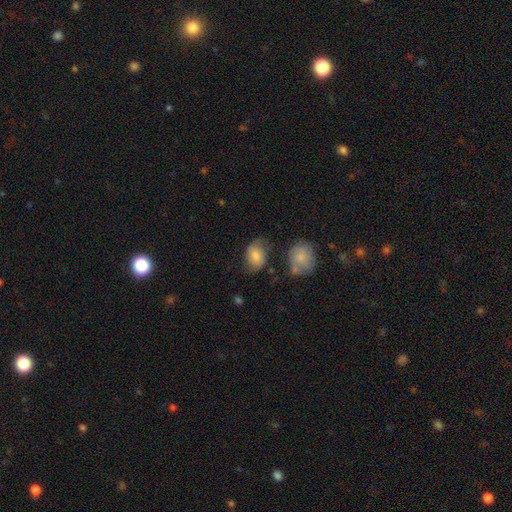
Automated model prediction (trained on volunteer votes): smooth-or-featured: smooth: 72% | featured or disk: 21% | star or artifact: 8%
  how-rounded: in between: 68% | round: 31% | cigar-shaped: 1%
  merging: none: 56% | minor disturbance: 27% | major disturbance: 11% | merger: 6%